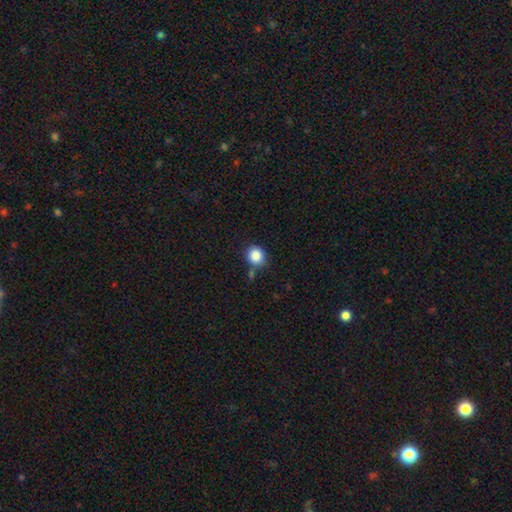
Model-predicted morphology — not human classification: smooth 86%, star or artifact 9%, featured or disk 4%. Down the decision tree: how rounded — round (82%); merging — none (71%).